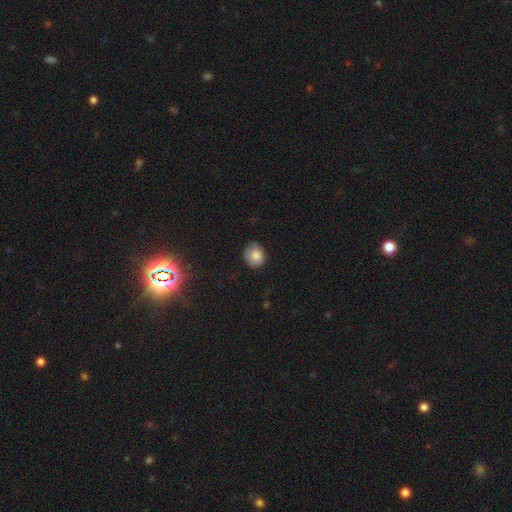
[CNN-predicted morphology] type=smooth (81%); roundness=round (76%); merging=none (67%).